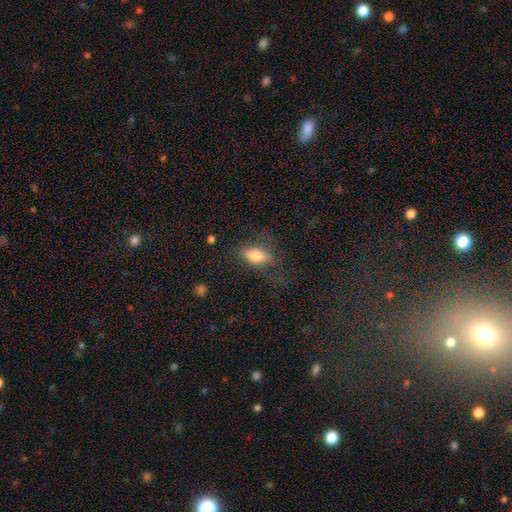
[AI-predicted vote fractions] Overall: smooth (74%). How rounded: in between (81%). Merging: none (65%).